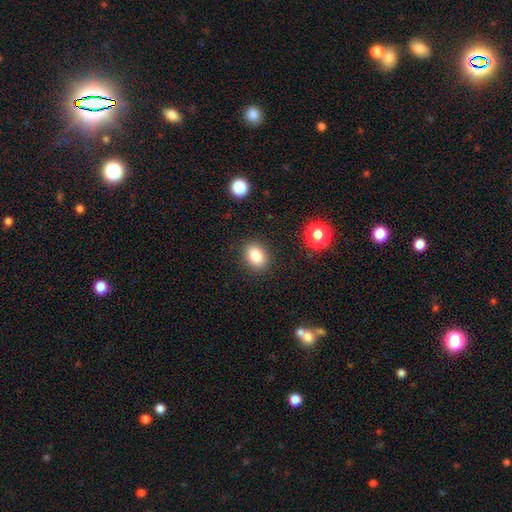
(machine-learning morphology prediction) type=smooth (83%); roundness=in between (59%); merging=none (88%).